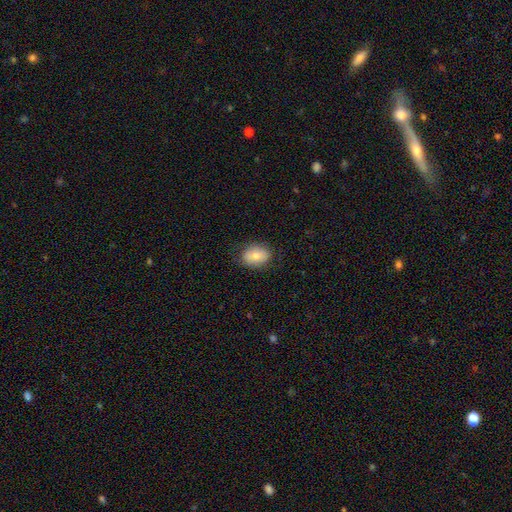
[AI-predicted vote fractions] Overall: smooth (77%). How rounded: in between (70%). Merging: none (82%).